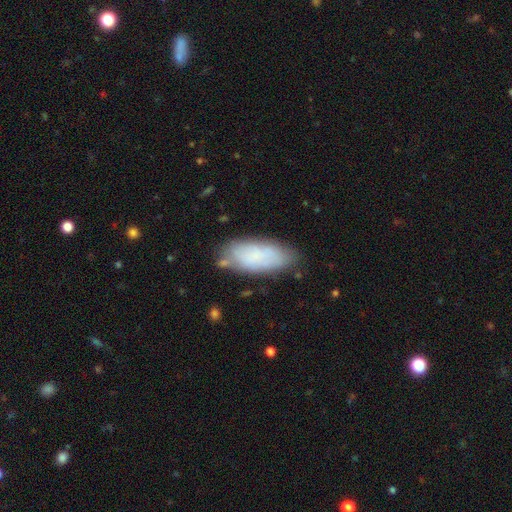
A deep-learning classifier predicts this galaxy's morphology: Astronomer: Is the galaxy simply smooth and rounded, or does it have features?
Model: smooth — 74%.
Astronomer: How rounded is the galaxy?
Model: in between — 85%.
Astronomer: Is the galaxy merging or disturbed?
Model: none — 69%.